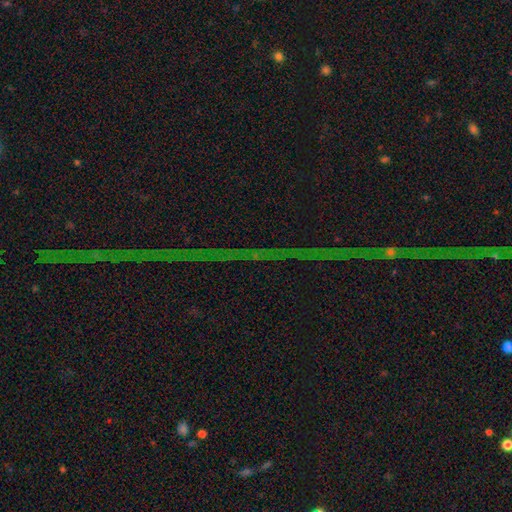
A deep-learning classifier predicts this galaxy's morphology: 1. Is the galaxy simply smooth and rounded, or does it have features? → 79% star or artifact, 14% featured or disk, 7% smooth.